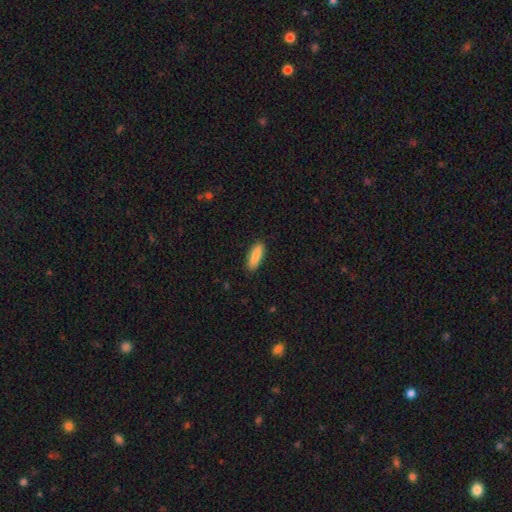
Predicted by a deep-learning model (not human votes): Q: Smooth or featured?
A: smooth (89%); runner-up: star or artifact (6%)
Q: How rounded?
A: in between (56%); runner-up: cigar-shaped (42%)
Q: Merging?
A: none (89%); runner-up: minor disturbance (8%)